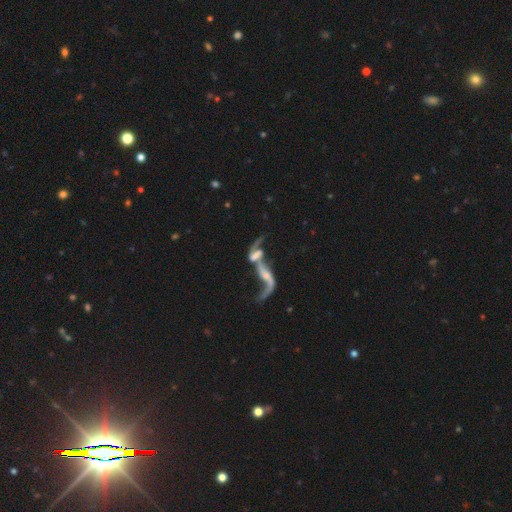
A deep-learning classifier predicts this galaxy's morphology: smooth-or-featured: featured or disk: 71% | smooth: 20% | star or artifact: 10%
  disk-edge-on: no: 88% | yes: 12%
    bar: no: 50% | weak: 30% | strong: 20%
    has-spiral-arms: yes: 70% | no: 30%
    bulge-size: none: 39% | small: 29% | moderate: 22% | large: 8% | dominant: 3%
  merging: merger: 69% | major disturbance: 13% | none: 12% | minor disturbance: 5%